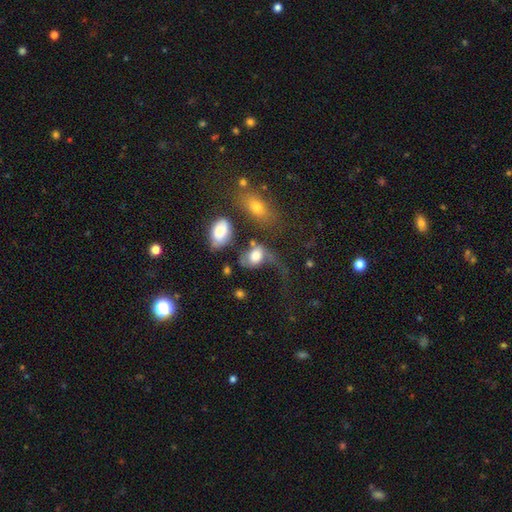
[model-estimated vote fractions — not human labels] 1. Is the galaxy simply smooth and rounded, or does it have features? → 62% smooth, 29% featured or disk, 9% star or artifact.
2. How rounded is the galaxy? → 70% in between, 28% round, 2% cigar-shaped.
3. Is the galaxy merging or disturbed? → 54% major disturbance, 17% none, 14% merger, 14% minor disturbance.